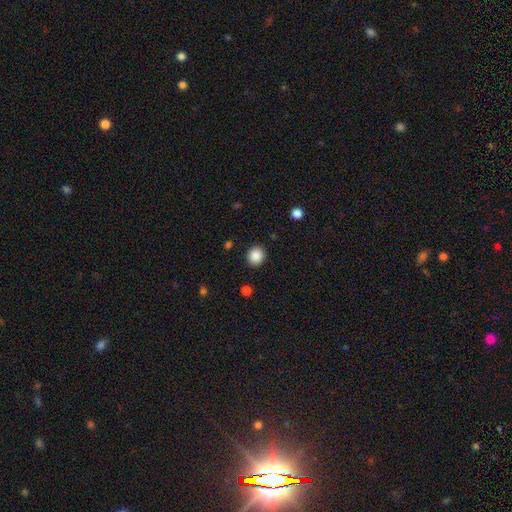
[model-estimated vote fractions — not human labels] Q: Smooth or featured?
A: smooth (88%); runner-up: star or artifact (9%)
Q: How rounded?
A: round (85%); runner-up: in between (14%)
Q: Merging?
A: none (90%); runner-up: minor disturbance (6%)